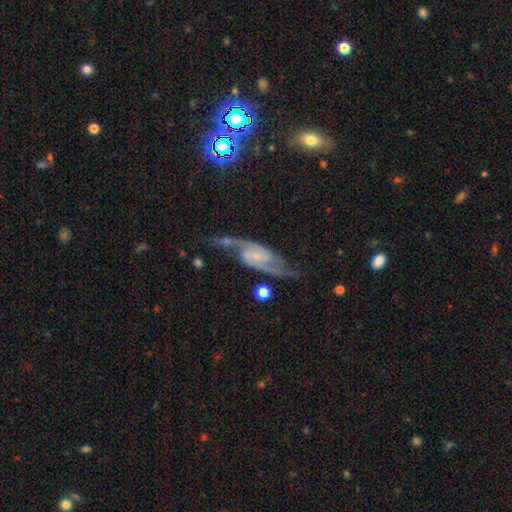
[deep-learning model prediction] Smooth or featured? Predicted: featured or disk (p=0.89). Edge-on disk? Predicted: no (p=0.95). Bar? Predicted: weak (p=0.42). Spiral arms? Predicted: yes (p=0.97). Spiral winding? Predicted: medium (p=0.45). Spiral arm count? Predicted: 2 (p=0.93). Bulge size? Predicted: small (p=0.63). Merging? Predicted: none (p=0.66).